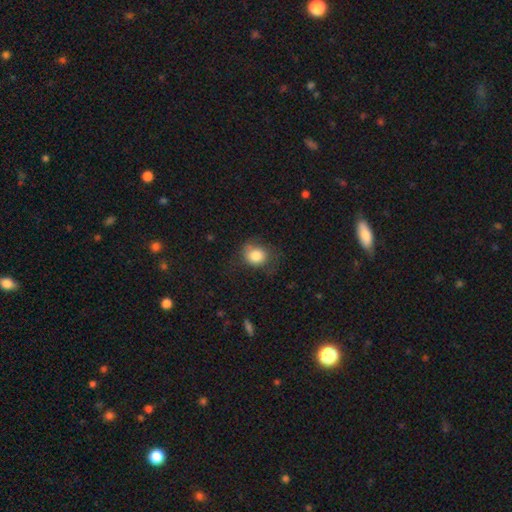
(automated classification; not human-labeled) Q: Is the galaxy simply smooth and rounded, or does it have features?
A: smooth — 82%.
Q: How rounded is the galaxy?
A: round — 64%.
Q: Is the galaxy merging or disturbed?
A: none — 56%.